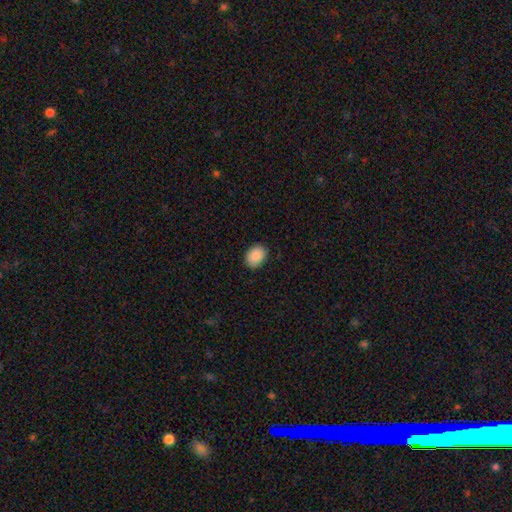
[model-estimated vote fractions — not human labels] The model was most divided on "how rounded": in between: 66%, round: 33%, cigar-shaped: 1%. More confident: smooth or featured — smooth (89%); merging — none (88%).